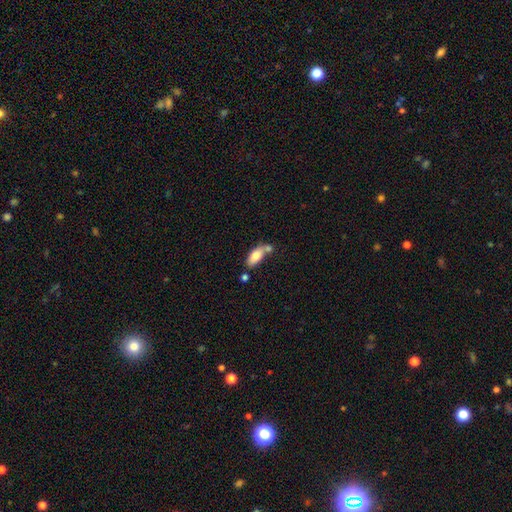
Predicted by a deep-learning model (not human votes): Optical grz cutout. It shows a smooth galaxy with no disk features (77%) that is in between round and cigar-shaped (84%). Merging: none (45%).